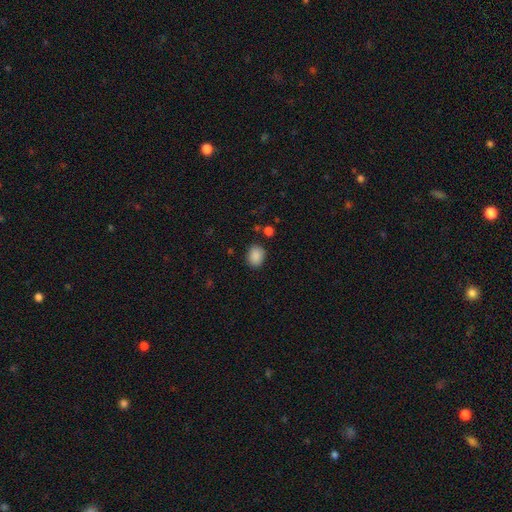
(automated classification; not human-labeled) This appears to be a smooth galaxy with no disk features (88%) that is round (50%). Merging: none (83%).